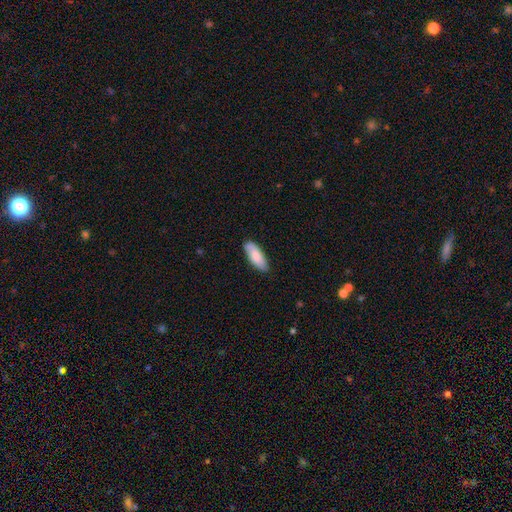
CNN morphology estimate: Smooth or featured?
  - smooth: 83% *
  - featured or disk: 11%
  - star or artifact: 5%
How rounded?
  - in between: 74% *
  - cigar-shaped: 25%
  - round: 2%
Merging?
  - none: 84% *
  - minor disturbance: 13%
  - major disturbance: 2%
  - merger: 1%